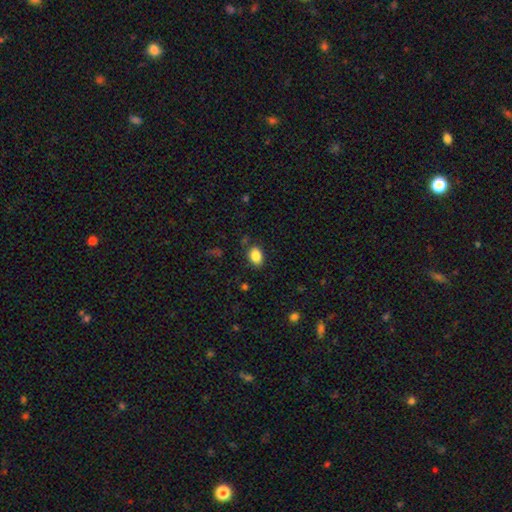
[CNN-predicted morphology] The model was most divided on "how rounded": in between: 81%, round: 18%, cigar-shaped: 1%. More confident: smooth or featured — smooth (86%); merging — none (84%).